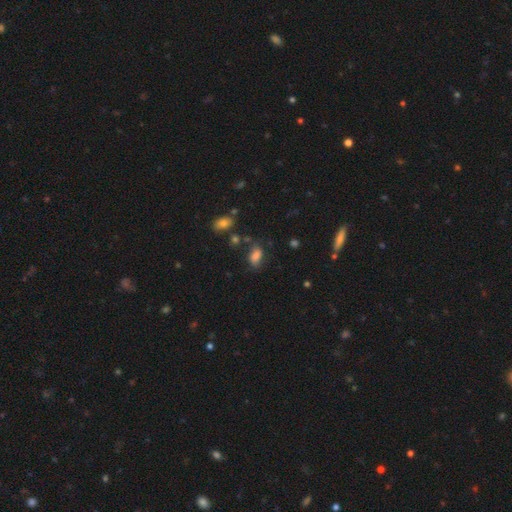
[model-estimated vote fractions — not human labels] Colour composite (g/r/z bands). It shows a smooth galaxy with no disk features (78%) that is in between round and cigar-shaped (87%). Merging: none (62%).